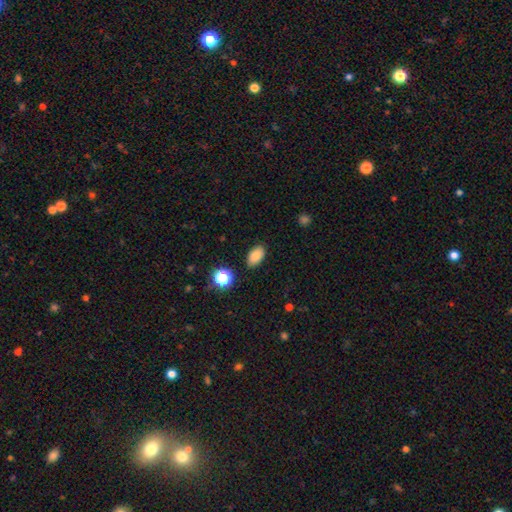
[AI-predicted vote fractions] A smooth galaxy with no disk features (85%) that is in between round and cigar-shaped (91%).

Vote fractions:
- Smooth or featured? smooth: 85% / star or artifact: 10% / featured or disk: 5%
- How rounded? in between: 91% / round: 7% / cigar-shaped: 2%
- Merging? none: 87% / minor disturbance: 9% / major disturbance: 2% / merger: 2%